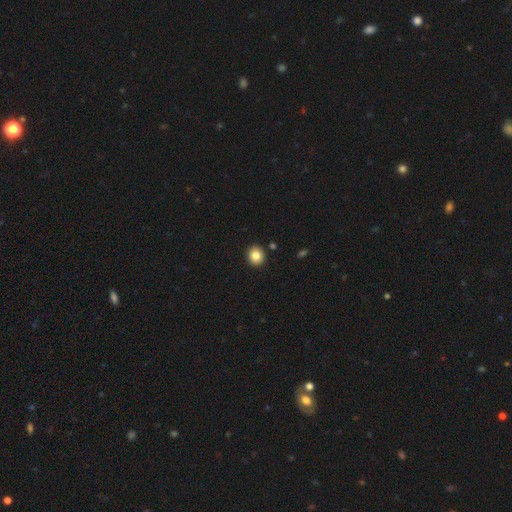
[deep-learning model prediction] Overall: smooth (84%). How rounded: round (78%). Merging: none (91%).